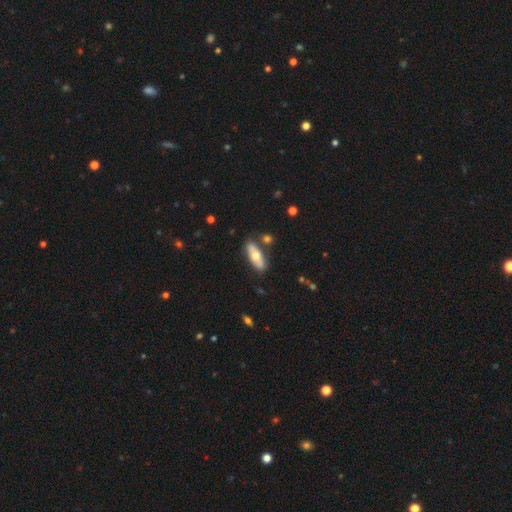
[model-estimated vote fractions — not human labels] Q: Smooth or featured?
A: smooth (57%); runner-up: featured or disk (38%)
Q: How rounded?
A: in between (68%); runner-up: cigar-shaped (29%)
Q: Merging?
A: none (76%); runner-up: minor disturbance (14%)